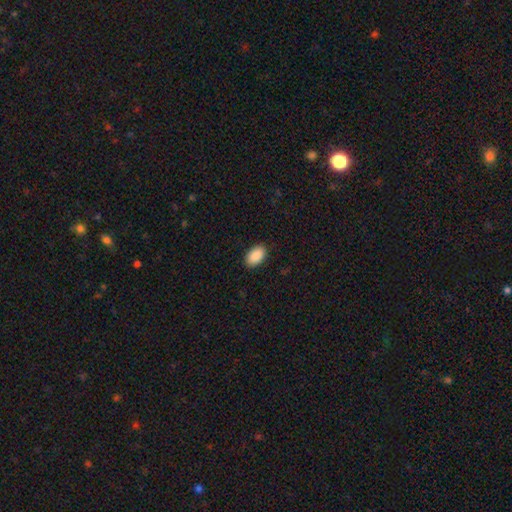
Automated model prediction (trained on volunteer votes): smooth 90%, star or artifact 7%, featured or disk 3%. Down the decision tree: how rounded — in between (94%); merging — none (90%).